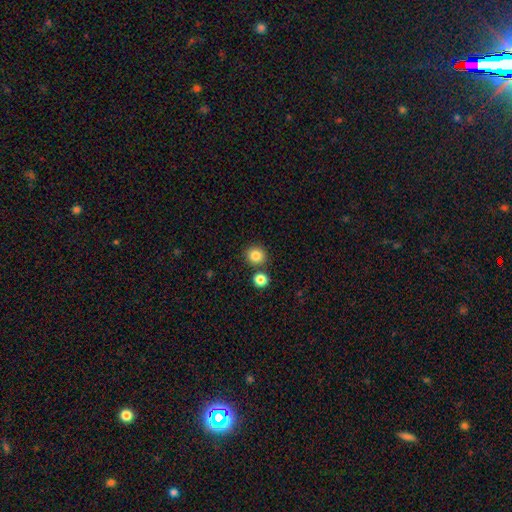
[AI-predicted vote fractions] Smooth or featured? smooth (84%)
How rounded? round (89%)
Merging? none (78%)